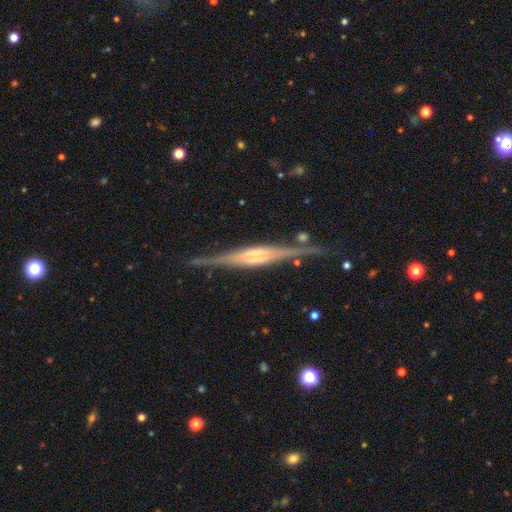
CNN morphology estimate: type=featured or disk (83%); edge-on=yes (97%); edge-on bulge=boxy (47%); merging=none (82%).